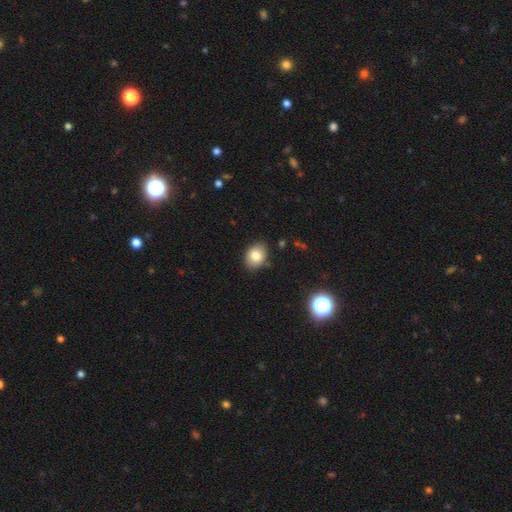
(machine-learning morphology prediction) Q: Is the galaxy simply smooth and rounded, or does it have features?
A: smooth — 80%.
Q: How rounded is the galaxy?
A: in between — 64%.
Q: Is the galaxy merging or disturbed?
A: none — 83%.